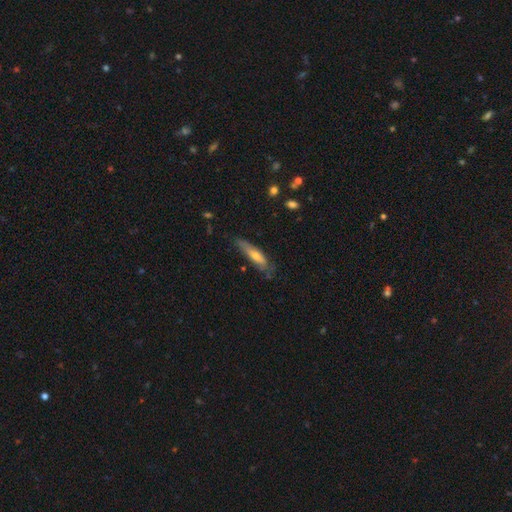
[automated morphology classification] A smooth galaxy with no disk features (56%) that is cigar-shaped (75%).

Vote fractions:
- Smooth or featured? smooth: 56% / featured or disk: 38% / star or artifact: 6%
- How rounded? cigar-shaped: 75% / in between: 23% / round: 2%
- Merging? none: 64% / minor disturbance: 27% / major disturbance: 7% / merger: 2%